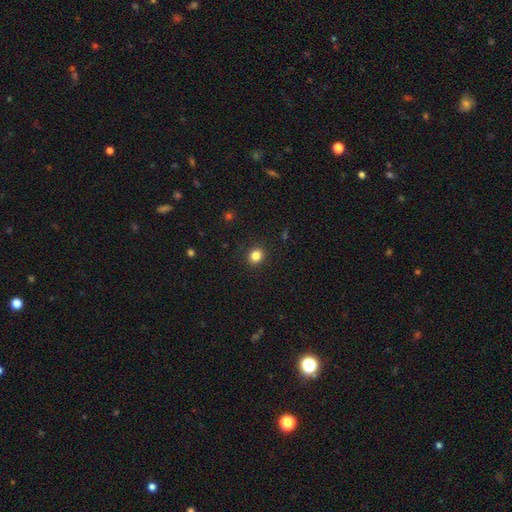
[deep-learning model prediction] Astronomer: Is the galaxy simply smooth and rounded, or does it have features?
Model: smooth — 83%.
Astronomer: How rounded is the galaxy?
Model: round — 75%.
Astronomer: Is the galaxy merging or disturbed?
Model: none — 90%.